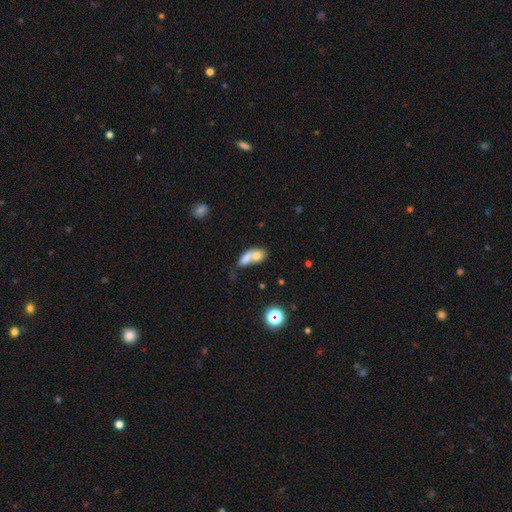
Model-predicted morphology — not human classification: This appears to be a smooth galaxy with no disk features (68%) that is in between round and cigar-shaped (73%). Merging: merger (67%).